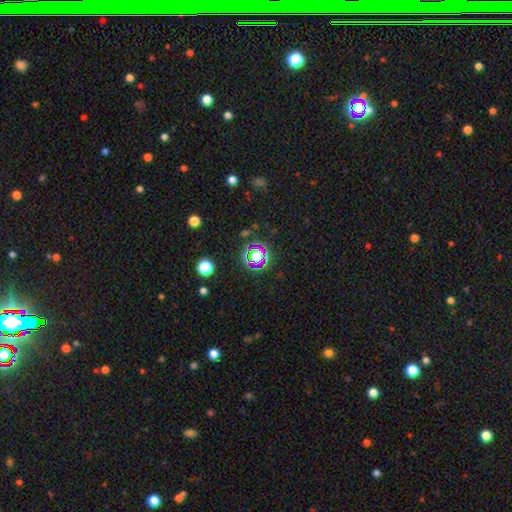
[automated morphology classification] smooth-or-featured: star or artifact: 61% | smooth: 27% | featured or disk: 11%